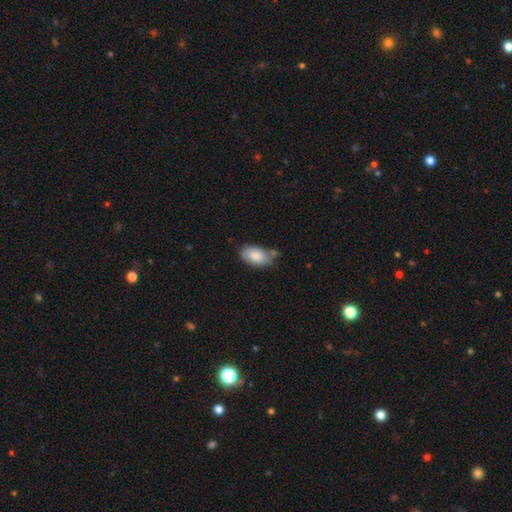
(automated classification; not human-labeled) Morphology: type=smooth (84%); roundness=in between (93%); merging=none (55%).